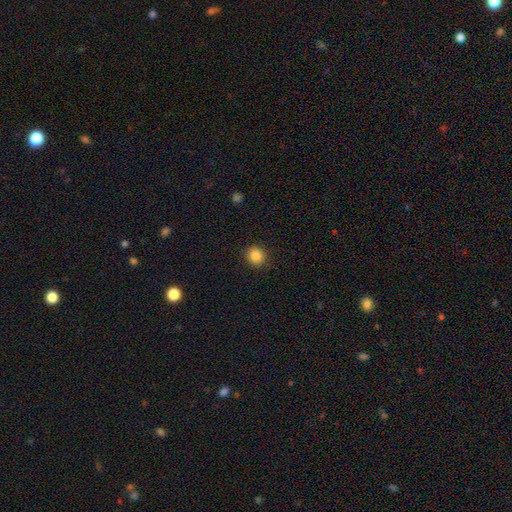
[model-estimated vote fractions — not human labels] Smooth or featured? smooth (85%)
How rounded? round (84%)
Merging? none (90%)